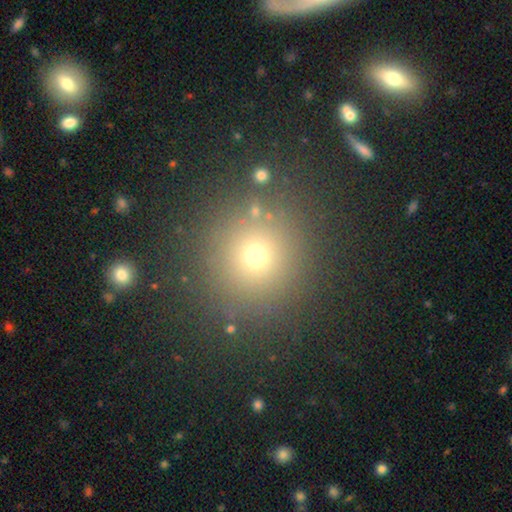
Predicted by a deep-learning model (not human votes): Smooth or featured? smooth (66%)
How rounded? round (93%)
Merging? none (87%)